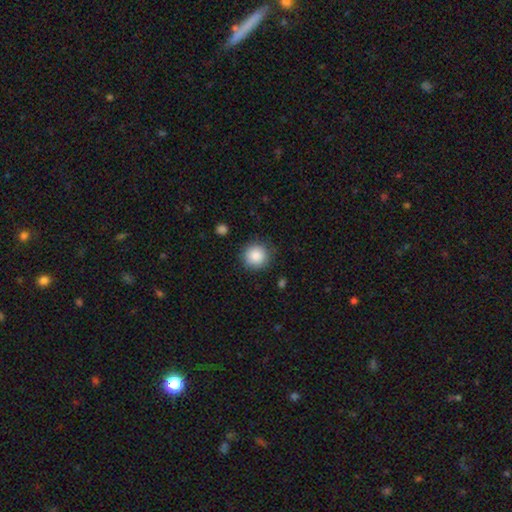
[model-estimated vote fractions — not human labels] This is clearly a smooth galaxy (87%). How rounded: clearly round (93%). Merging: clearly none (87%).